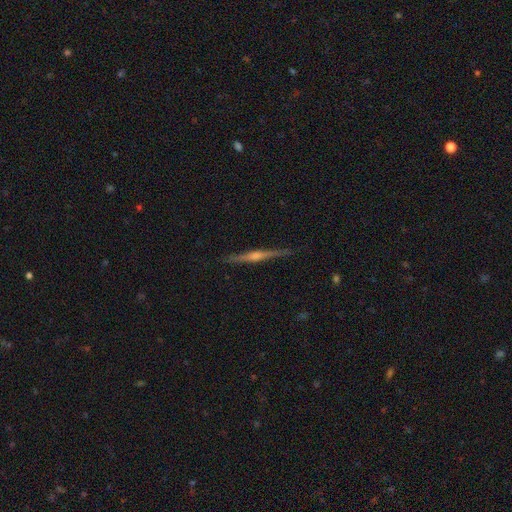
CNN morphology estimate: Smooth or featured? featured or disk (80%)
Edge-on disk? yes (98%)
Edge-on bulge? rounded (78%)
Merging? none (89%)